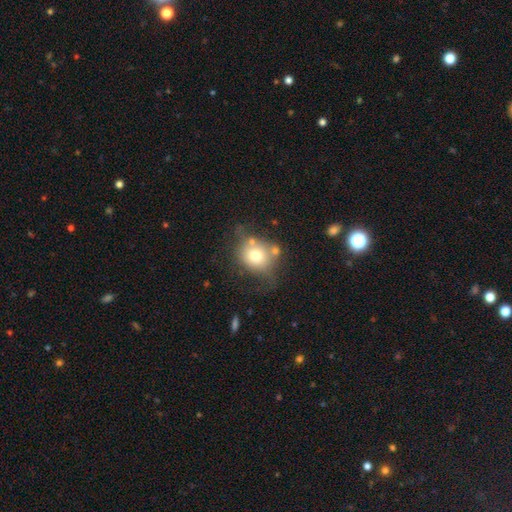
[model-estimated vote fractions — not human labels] A smooth galaxy with no disk features (69%) that is round (74%). Merging: none (50%).